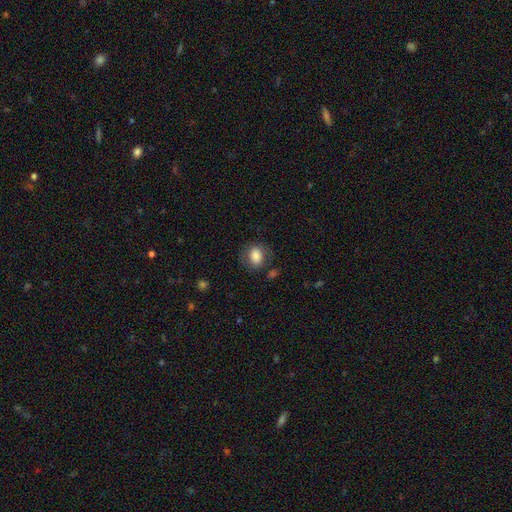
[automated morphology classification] smooth-or-featured: smooth: 78% | featured or disk: 14% | star or artifact: 8%
  how-rounded: in between: 57% | round: 42% | cigar-shaped: 1%
  merging: none: 71% | minor disturbance: 17% | major disturbance: 9% | merger: 4%